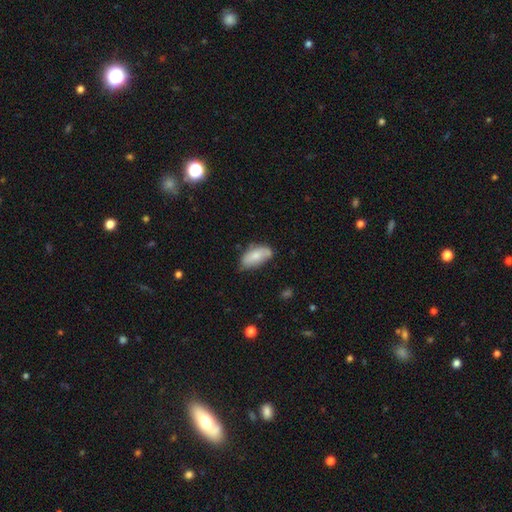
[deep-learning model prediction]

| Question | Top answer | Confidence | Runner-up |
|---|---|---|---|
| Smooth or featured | smooth | 76% | featured or disk (17%) |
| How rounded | in between | 92% | cigar-shaped (6%) |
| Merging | none | 56% | minor disturbance (32%) |